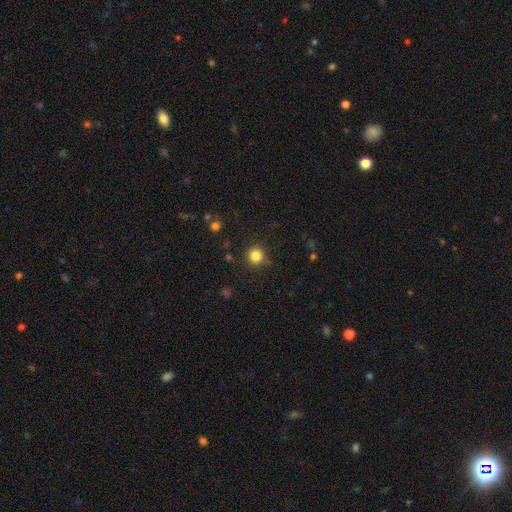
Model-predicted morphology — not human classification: This appears to be a smooth galaxy with no disk features (83%) that is round (94%). Merging: none (88%).